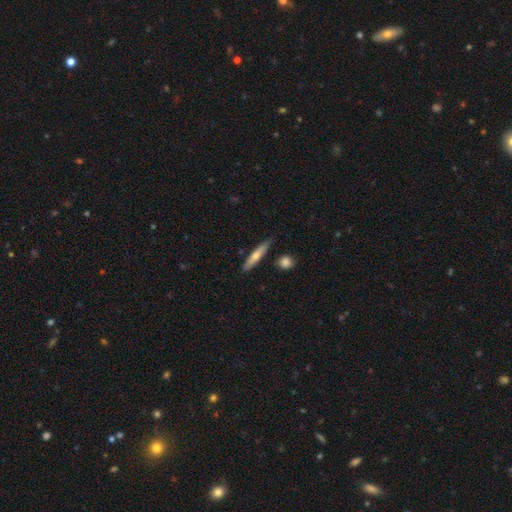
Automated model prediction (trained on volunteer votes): Smooth or featured?
  - featured or disk: 47% * (tied)
  - smooth: 47% * (tied)
  - star or artifact: 6%
Merging?
  - none: 86% *
  - minor disturbance: 9%
  - merger: 3%
  - major disturbance: 2%